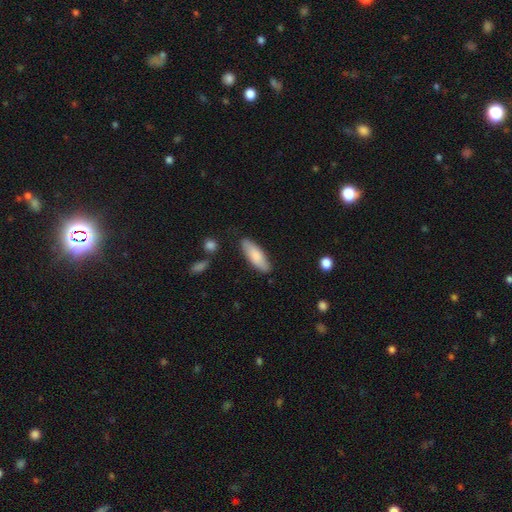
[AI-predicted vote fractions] Q: Smooth or featured?
A: smooth (79%); runner-up: featured or disk (16%)
Q: How rounded?
A: in between (62%); runner-up: cigar-shaped (36%)
Q: Merging?
A: none (83%); runner-up: minor disturbance (13%)